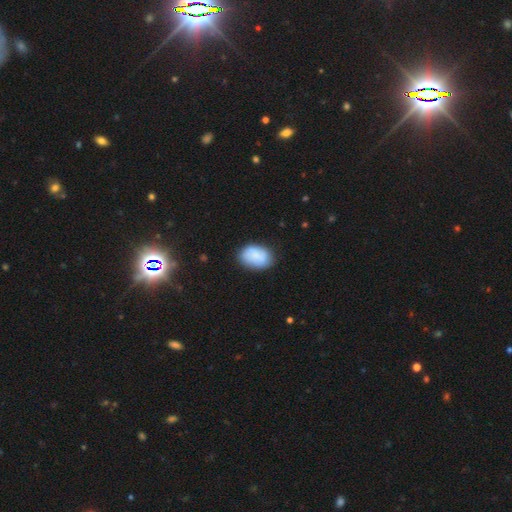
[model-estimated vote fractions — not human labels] This appears to be a smooth galaxy with no disk features (81%) that is in between round and cigar-shaped (82%). Merging: none (77%).